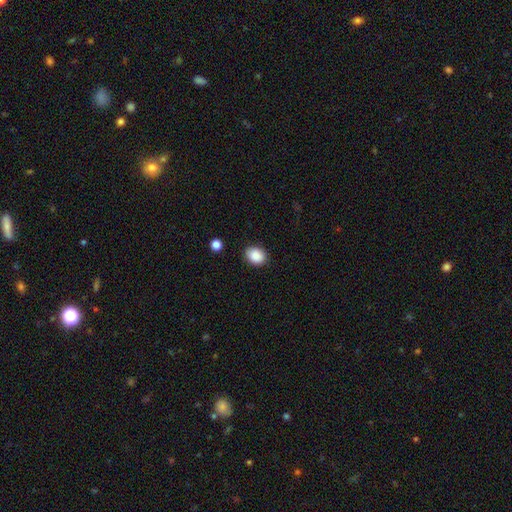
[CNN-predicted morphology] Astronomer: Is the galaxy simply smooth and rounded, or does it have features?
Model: smooth — 89%.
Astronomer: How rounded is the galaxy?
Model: in between — 60% (runner-up: round, 39%).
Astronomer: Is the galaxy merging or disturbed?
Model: none — 85%.